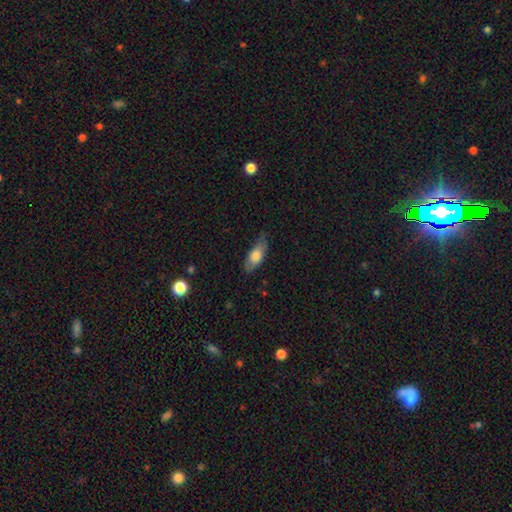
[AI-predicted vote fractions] smooth-or-featured: smooth: 71% | featured or disk: 23% | star or artifact: 6%
  how-rounded: in between: 77% | cigar-shaped: 20% | round: 3%
  merging: none: 70% | minor disturbance: 23% | major disturbance: 6% | merger: 1%